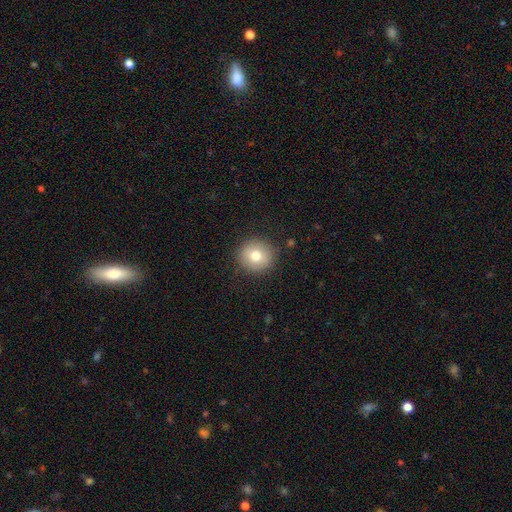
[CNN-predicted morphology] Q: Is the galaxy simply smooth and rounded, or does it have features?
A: smooth — 77%.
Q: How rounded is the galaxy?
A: round — 93%.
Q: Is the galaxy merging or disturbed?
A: none — 89%.